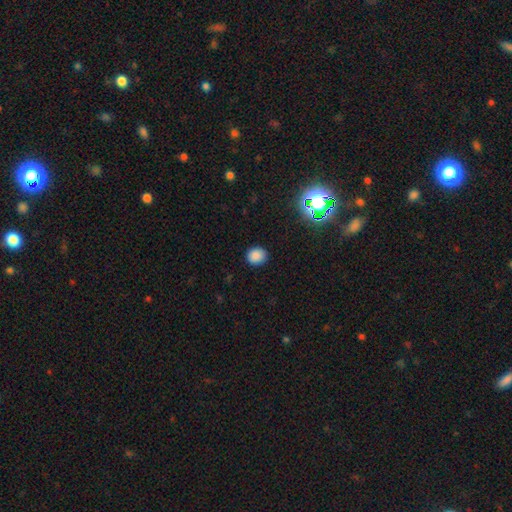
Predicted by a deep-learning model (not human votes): Q: Smooth or featured?
A: smooth (84%); runner-up: star or artifact (12%)
Q: How rounded?
A: round (78%); runner-up: in between (21%)
Q: Merging?
A: none (89%); runner-up: minor disturbance (8%)